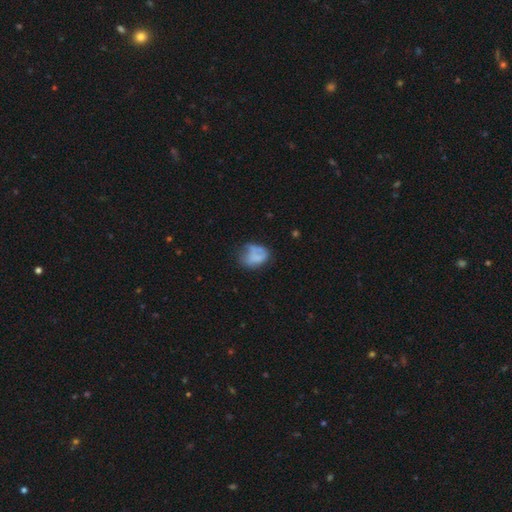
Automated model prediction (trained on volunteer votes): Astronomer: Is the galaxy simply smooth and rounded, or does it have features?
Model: smooth — 60%.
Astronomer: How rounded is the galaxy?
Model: in between — 66%.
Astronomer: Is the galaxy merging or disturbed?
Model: none — 36% (runner-up: minor disturbance, 30%).